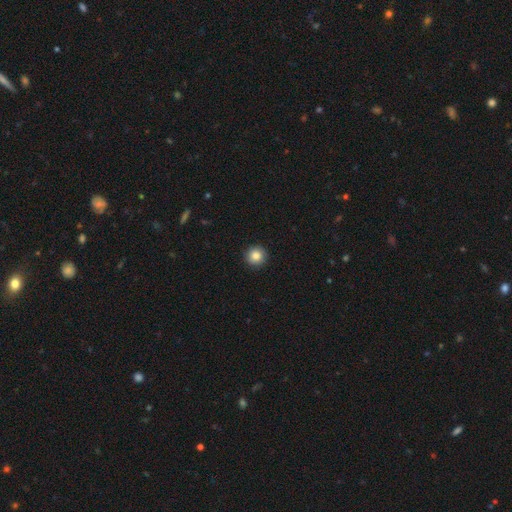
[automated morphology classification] smooth-or-featured: smooth: 85% | star or artifact: 9% | featured or disk: 5%
  how-rounded: round: 95% | in between: 4% | cigar-shaped: 1%
  merging: none: 93% | minor disturbance: 5% | major disturbance: 1% | merger: 1%